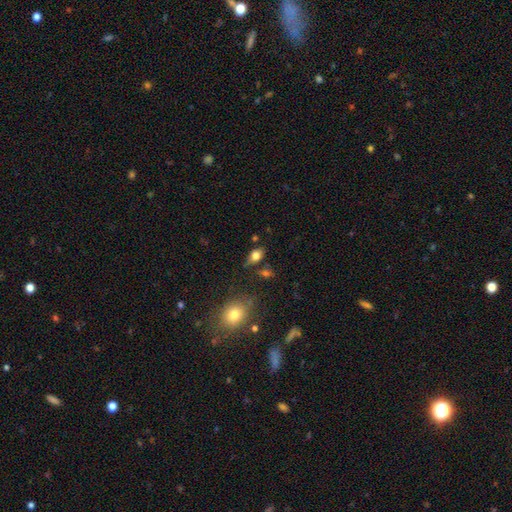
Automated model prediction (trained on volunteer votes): Q: Smooth or featured?
A: smooth (74%); runner-up: featured or disk (16%)
Q: How rounded?
A: in between (81%); runner-up: round (14%)
Q: Merging?
A: none (68%); runner-up: minor disturbance (19%)